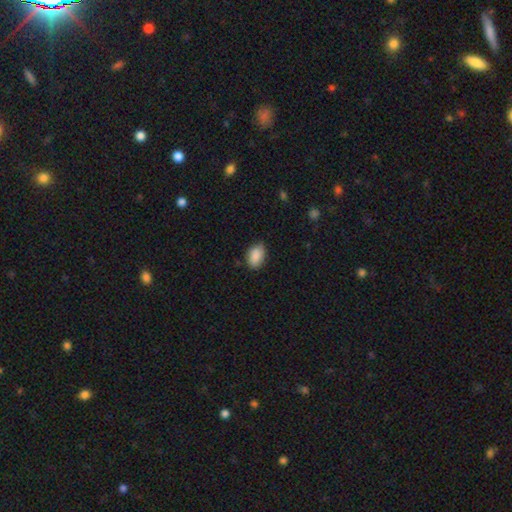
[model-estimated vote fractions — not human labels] Smooth or featured?
  - smooth: 88% *
  - star or artifact: 7%
  - featured or disk: 5%
How rounded?
  - in between: 88% *
  - round: 11%
  - cigar-shaped: 1%
Merging?
  - none: 76% *
  - minor disturbance: 20%
  - major disturbance: 3%
  - merger: 1%